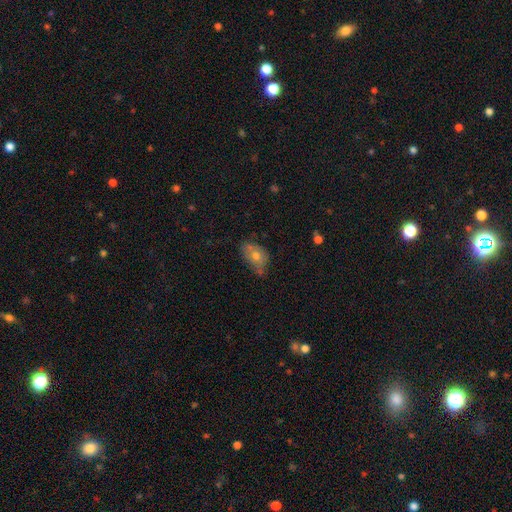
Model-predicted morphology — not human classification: smooth 55%, featured or disk 32%, star or artifact 13%. Down the decision tree: how rounded — in between (79%); merging — none (50%).